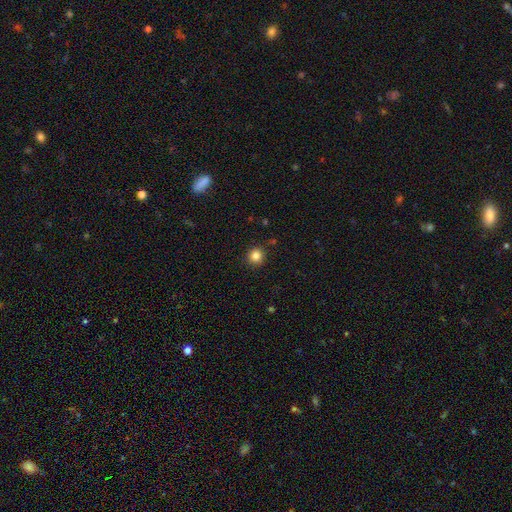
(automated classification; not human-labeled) Morphology: type=smooth (84%); roundness=round (94%); merging=none (91%).